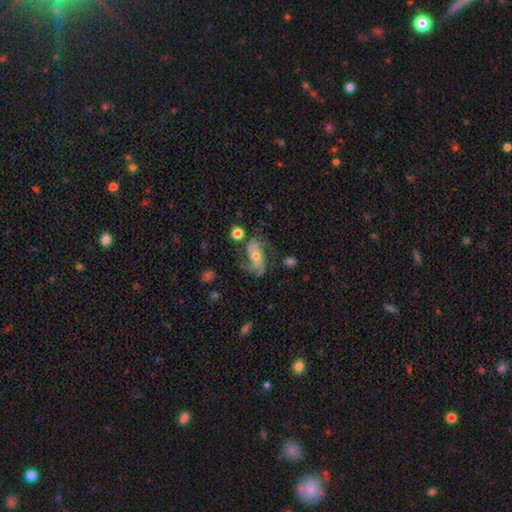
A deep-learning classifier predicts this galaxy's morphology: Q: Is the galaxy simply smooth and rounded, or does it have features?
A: featured or disk — 77%.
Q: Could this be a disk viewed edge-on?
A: no — 96%.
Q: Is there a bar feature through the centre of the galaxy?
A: no — 59%.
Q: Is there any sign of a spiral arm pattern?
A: yes — 92%.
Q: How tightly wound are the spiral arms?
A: loose — 48%.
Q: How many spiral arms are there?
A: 2 — 70%.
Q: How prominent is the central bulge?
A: moderate — 60%.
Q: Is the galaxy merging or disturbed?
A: none — 56%.